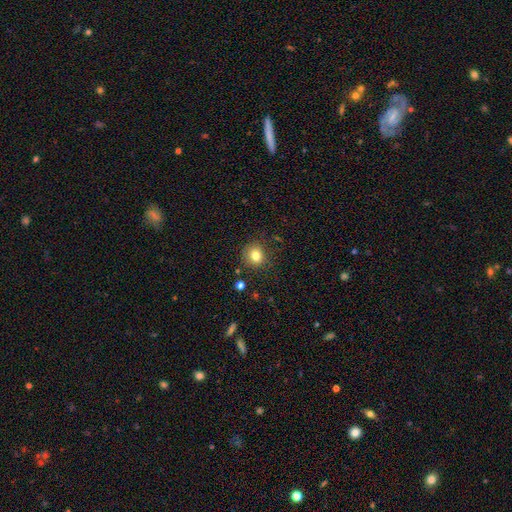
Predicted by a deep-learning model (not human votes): Smooth or featured? Predicted: smooth (p=0.80). How rounded? Predicted: round (p=0.82). Merging? Predicted: none (p=0.83).